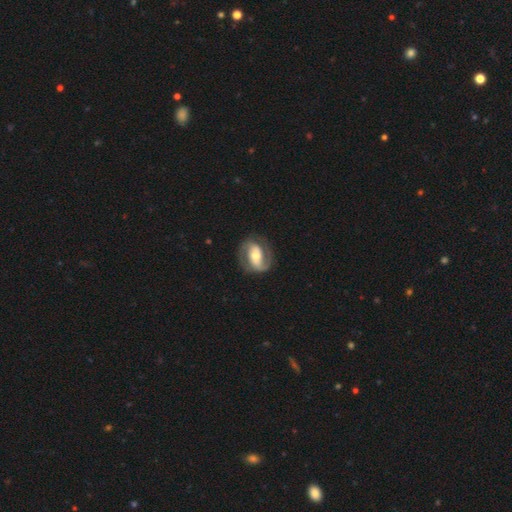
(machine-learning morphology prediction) The model was most divided on "bar": strong: 41%, weak: 33%, no: 25%. Remaining: edge-on disk — no (97%); spiral arms — yes (91%); spiral arm count — 2 (88%); smooth or featured — featured or disk (81%); merging — none (79%); bulge size — moderate (65%); spiral winding — medium (48%).